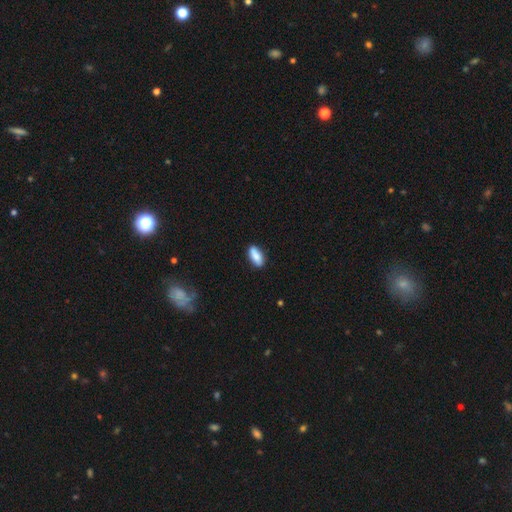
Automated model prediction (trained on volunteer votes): This is clearly a smooth galaxy (83%). How rounded: likely in between (79%). Merging: clearly none (82%).